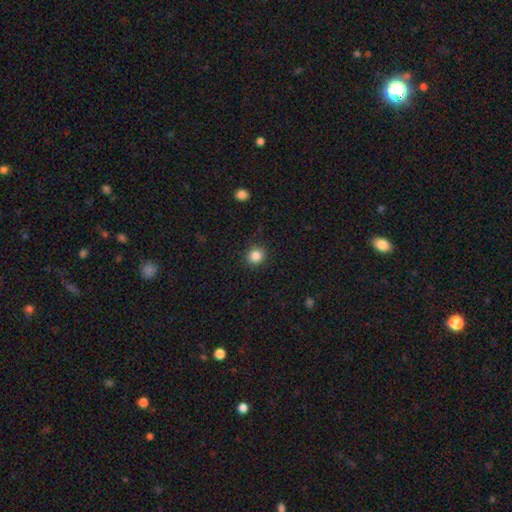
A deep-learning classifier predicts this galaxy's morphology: A smooth galaxy with no disk features (85%) that is round (89%).

Vote fractions:
- Smooth or featured? smooth: 85% / star or artifact: 11% / featured or disk: 4%
- How rounded? round: 89% / in between: 11% / cigar-shaped: 1%
- Merging? none: 90% / minor disturbance: 7% / major disturbance: 2% / merger: 1%